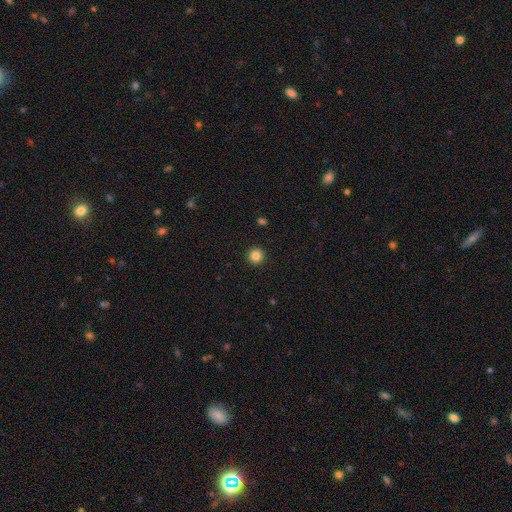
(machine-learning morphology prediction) Smooth or featured: smooth — 85% (star or artifact — 11%)
How rounded: round — 96% (in between — 3%)
Merging: none — 93% (minor disturbance — 4%)